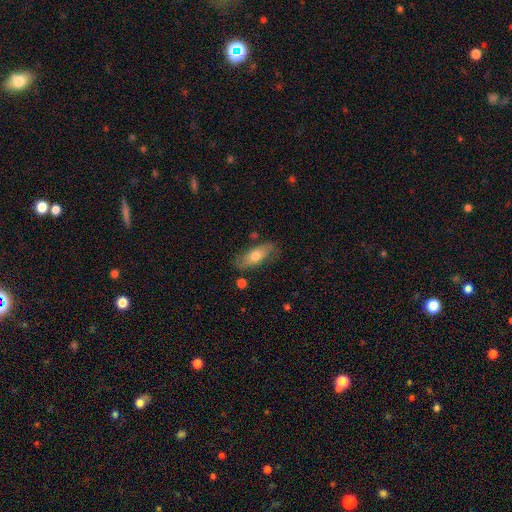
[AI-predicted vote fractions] A smooth galaxy with no disk features (64%) that is in between round and cigar-shaped (74%). Merging: none (77%).